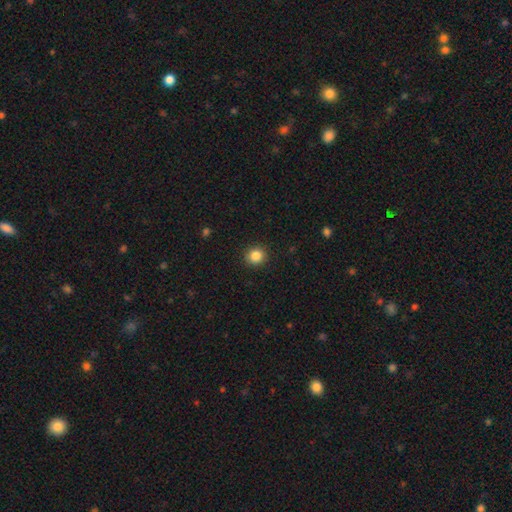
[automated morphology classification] Smooth or featured? Predicted: smooth (p=0.85). How rounded? Predicted: round (p=0.89). Merging? Predicted: none (p=0.92).